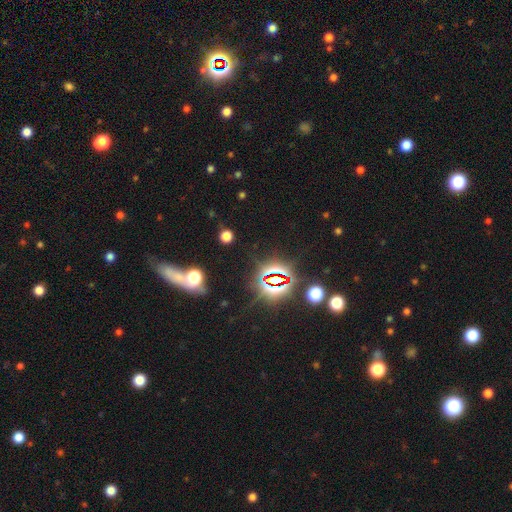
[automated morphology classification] smooth_or_featured: star or artifact (p=0.68) [alt: smooth p=0.19]